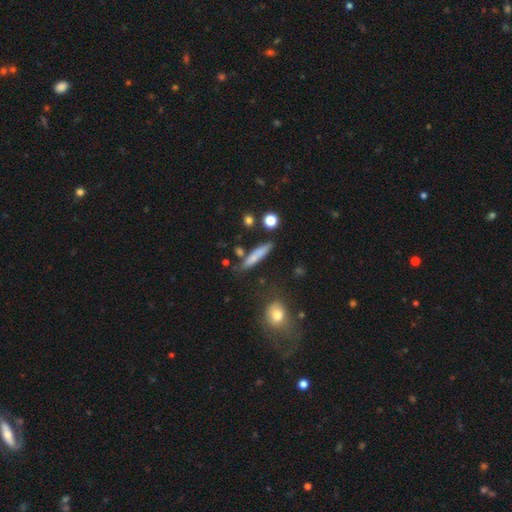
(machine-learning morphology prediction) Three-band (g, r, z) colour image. It shows a smooth galaxy with no disk features (73%) that is cigar-shaped (83%). Merging: none (75%).